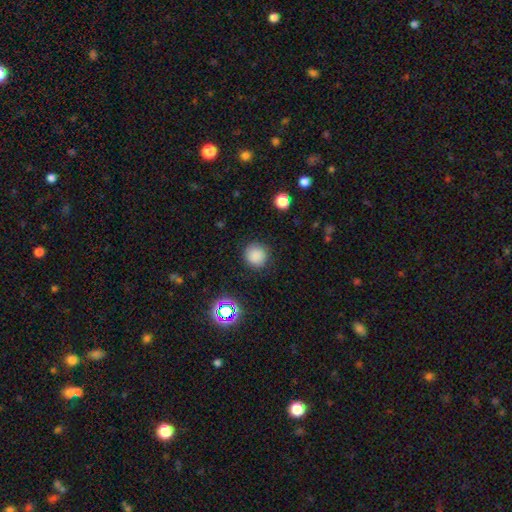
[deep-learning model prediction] Smooth or featured? Predicted: smooth (p=0.83). How rounded? Predicted: round (p=0.93). Merging? Predicted: none (p=0.87).